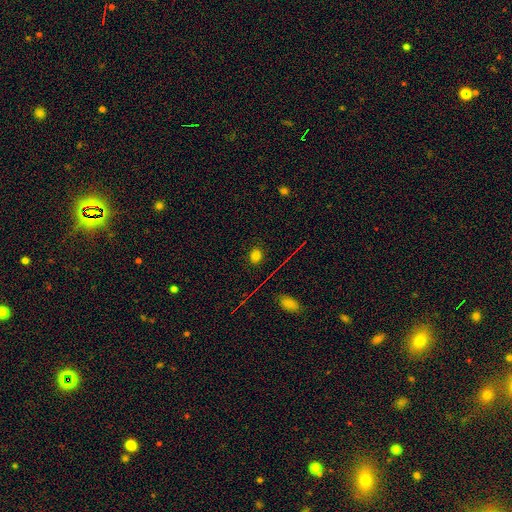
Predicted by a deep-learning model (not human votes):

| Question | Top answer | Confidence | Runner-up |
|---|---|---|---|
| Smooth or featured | smooth | 74% | star or artifact (20%) |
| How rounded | round | 60% | in between (38%) |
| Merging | none | 87% | minor disturbance (9%) |